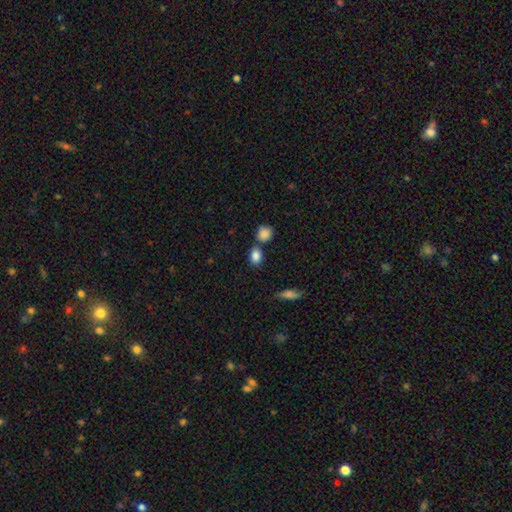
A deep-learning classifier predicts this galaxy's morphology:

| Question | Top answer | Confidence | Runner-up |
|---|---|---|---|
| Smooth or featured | smooth | 86% | star or artifact (9%) |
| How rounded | in between | 66% | round (31%) |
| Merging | none | 60% | merger (25%) |